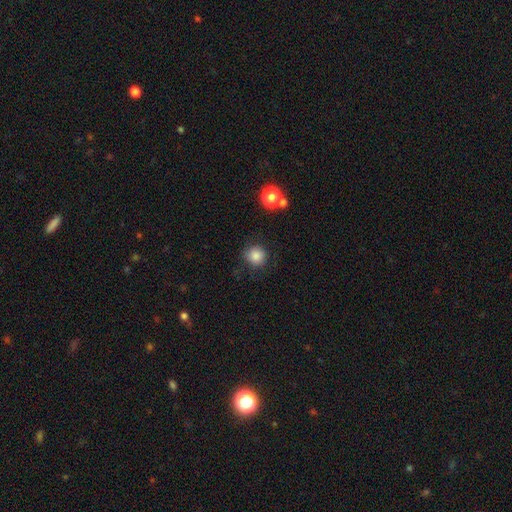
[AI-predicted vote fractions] A smooth galaxy with no disk features (84%) that is round (91%).

Vote fractions:
- Smooth or featured? smooth: 84% / star or artifact: 11% / featured or disk: 5%
- How rounded? round: 91% / in between: 8% / cigar-shaped: 1%
- Merging? none: 84% / minor disturbance: 11% / major disturbance: 3% / merger: 2%